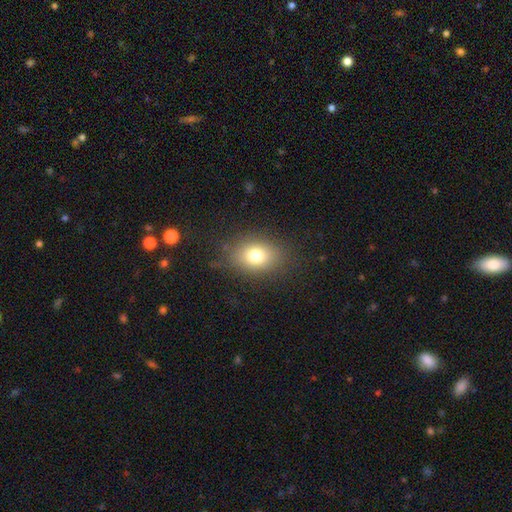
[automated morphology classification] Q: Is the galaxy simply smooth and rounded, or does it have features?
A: smooth — 76%.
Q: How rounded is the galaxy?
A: in between — 66%.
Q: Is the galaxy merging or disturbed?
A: none — 81%.